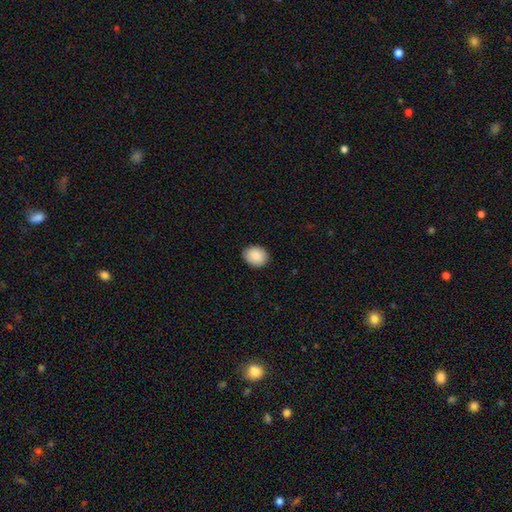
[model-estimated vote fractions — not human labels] Smooth or featured? Predicted: smooth (p=0.89). How rounded? Predicted: in between (p=0.52). Merging? Predicted: none (p=0.87).